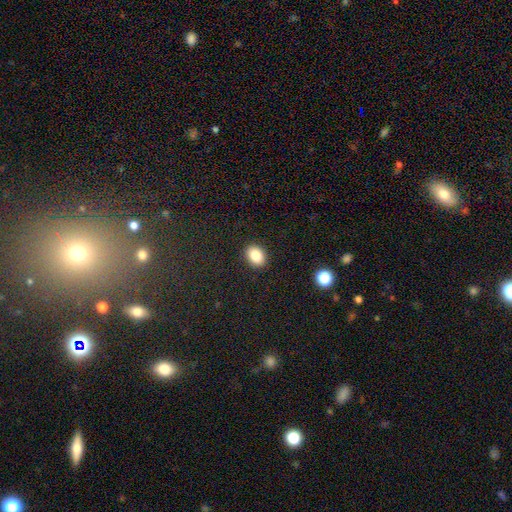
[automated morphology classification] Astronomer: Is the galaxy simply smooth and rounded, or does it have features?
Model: smooth — 84%.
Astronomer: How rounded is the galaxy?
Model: in between — 67%.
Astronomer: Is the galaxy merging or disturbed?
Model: none — 90%.